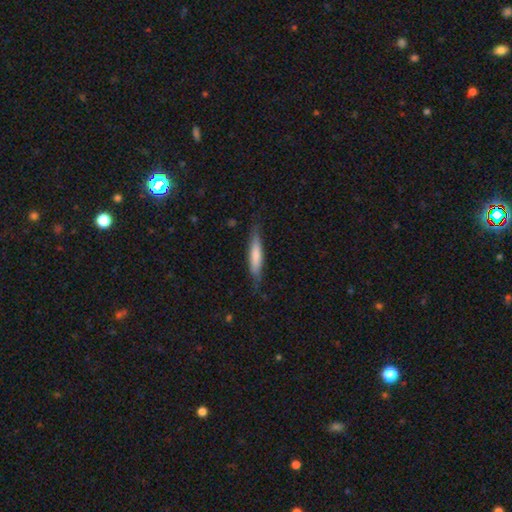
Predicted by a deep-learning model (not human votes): Overall: smooth (70%). How rounded: cigar-shaped (84%). Merging: none (77%).